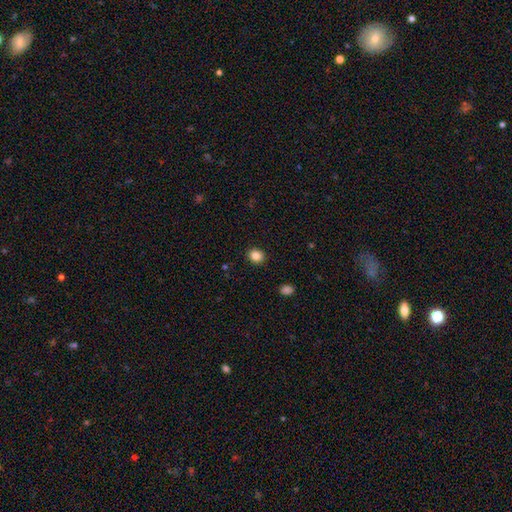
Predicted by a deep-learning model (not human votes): Smooth or featured: smooth — 86% (star or artifact — 10%)
How rounded: round — 66% (in between — 33%)
Merging: none — 90% (minor disturbance — 7%)